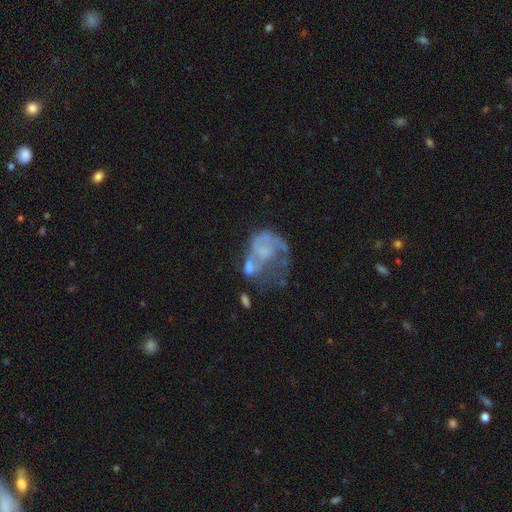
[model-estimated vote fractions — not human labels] This is likely a featured or disk galaxy (64%). It is clearly not viewed edge-on (98%). Bar: likely no (77%). Spiral arm pattern: possibly yes (51%). Central bulge: possibly none (46%). Merging: marginally major disturbance (37%).